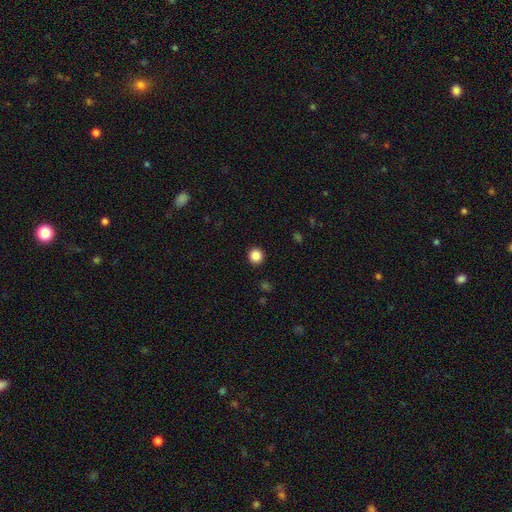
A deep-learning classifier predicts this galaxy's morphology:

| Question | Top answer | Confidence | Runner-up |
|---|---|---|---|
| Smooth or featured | smooth | 86% | star or artifact (11%) |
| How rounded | round | 93% | in between (6%) |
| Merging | none | 93% | minor disturbance (5%) |